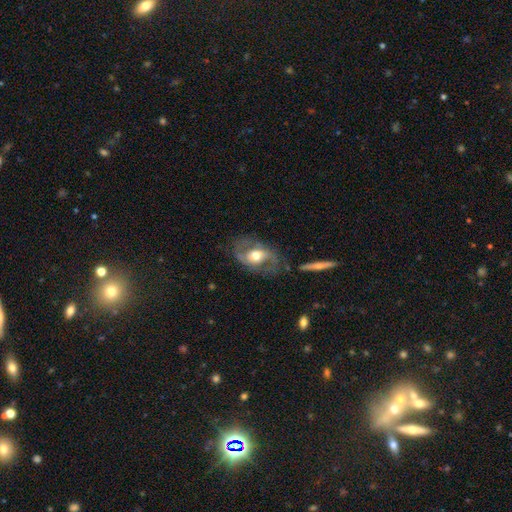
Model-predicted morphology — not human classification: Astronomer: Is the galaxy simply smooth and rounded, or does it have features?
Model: featured or disk — 73%.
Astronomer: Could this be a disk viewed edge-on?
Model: no — 94%.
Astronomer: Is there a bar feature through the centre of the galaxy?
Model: no — 50% (runner-up: weak, 33%).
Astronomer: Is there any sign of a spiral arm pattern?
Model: yes — 80%.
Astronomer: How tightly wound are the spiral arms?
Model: medium — 46% (runner-up: loose, 37%).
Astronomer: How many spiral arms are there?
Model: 2 — 85%.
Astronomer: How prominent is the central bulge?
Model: moderate — 69%.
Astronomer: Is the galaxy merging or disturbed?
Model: none — 62%.